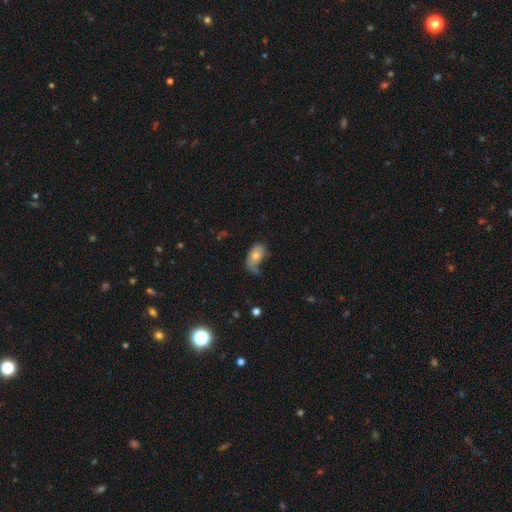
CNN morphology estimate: smooth 71%, featured or disk 21%, star or artifact 8%. Down the decision tree: how rounded — in between (91%); merging — none (34%).